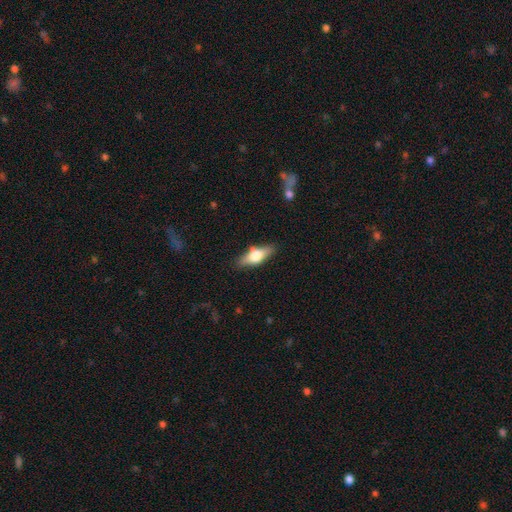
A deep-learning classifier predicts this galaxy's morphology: type=smooth (52%); roundness=in between (62%); merging=none (82%).